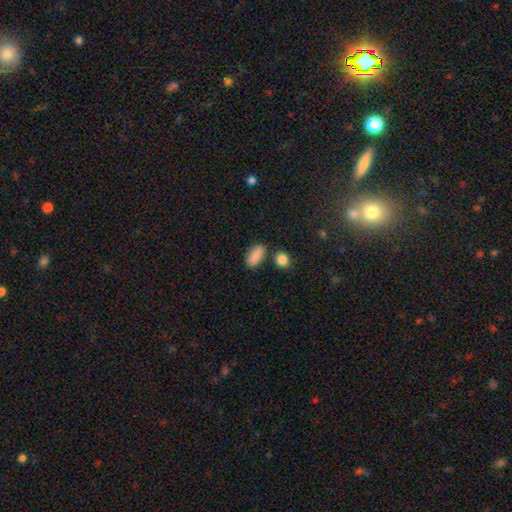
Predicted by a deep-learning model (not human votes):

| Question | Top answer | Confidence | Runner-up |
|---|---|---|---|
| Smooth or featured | smooth | 87% | star or artifact (8%) |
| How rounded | in between | 89% | cigar-shaped (6%) |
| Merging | none | 76% | minor disturbance (13%) |